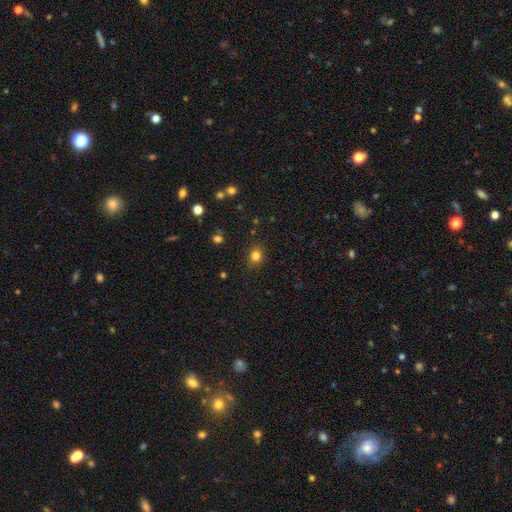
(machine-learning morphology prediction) This is clearly a smooth galaxy (82%). How rounded: likely round (67%). Merging: clearly none (86%).